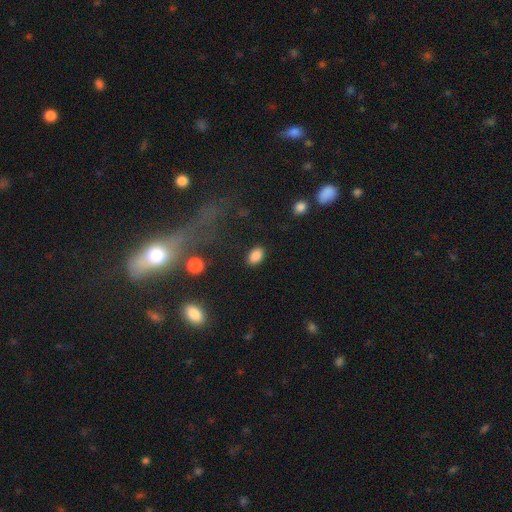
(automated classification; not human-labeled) This appears to be a smooth galaxy with no disk features (87%) that is in between round and cigar-shaped (87%). Merging: none (87%).